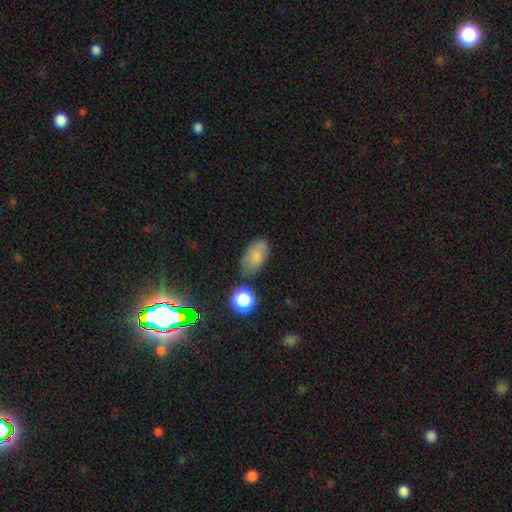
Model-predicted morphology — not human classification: Smooth or featured?
  - smooth: 74% *
  - featured or disk: 14%
  - star or artifact: 12%
How rounded?
  - in between: 90% *
  - round: 8%
  - cigar-shaped: 2%
Merging?
  - none: 66% *
  - minor disturbance: 22%
  - major disturbance: 6%
  - merger: 6%